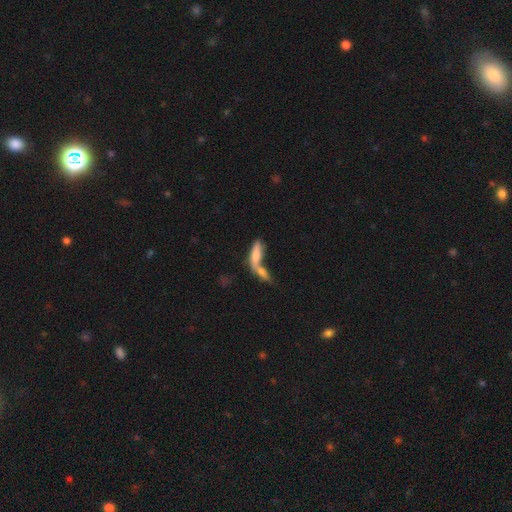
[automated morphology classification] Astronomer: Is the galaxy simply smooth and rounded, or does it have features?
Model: smooth — 67%.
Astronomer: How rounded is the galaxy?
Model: cigar-shaped — 51% (runner-up: in between, 47%).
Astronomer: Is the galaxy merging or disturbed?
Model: merger — 68%.